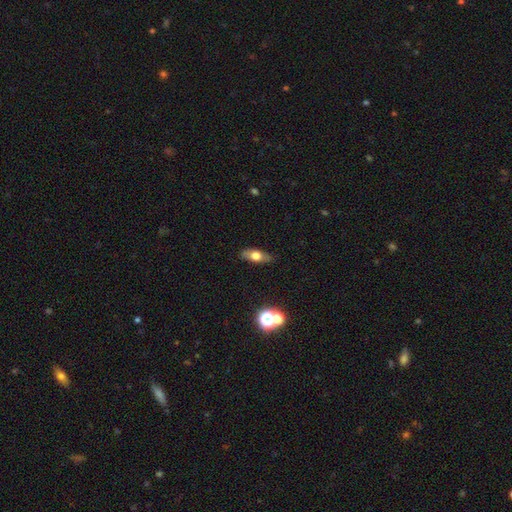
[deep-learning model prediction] Overall: smooth (61%; featured or disk 30%). How rounded: in between (73%). Merging: none (85%).